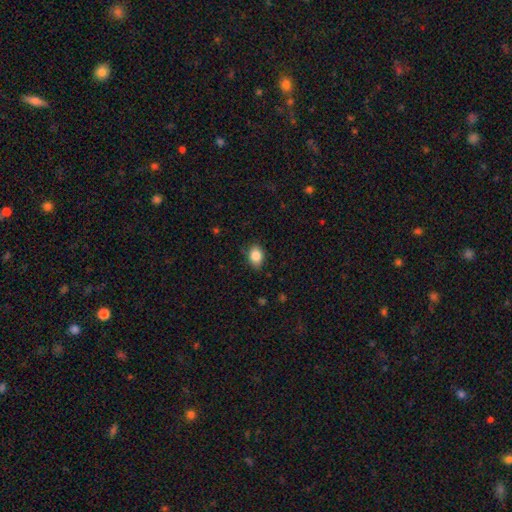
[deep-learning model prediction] Overall: smooth (85%). How rounded: in between (74%). Merging: none (82%).